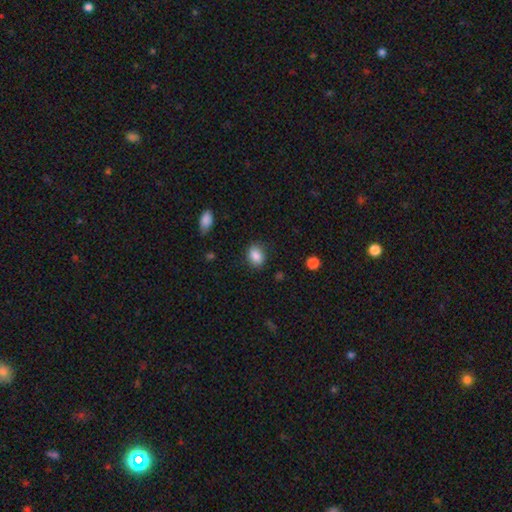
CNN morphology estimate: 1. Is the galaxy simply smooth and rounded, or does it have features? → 87% smooth, 9% star or artifact, 5% featured or disk.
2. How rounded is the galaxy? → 62% in between, 37% round, 1% cigar-shaped.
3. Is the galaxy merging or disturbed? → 81% none, 14% minor disturbance, 4% major disturbance, 1% merger.